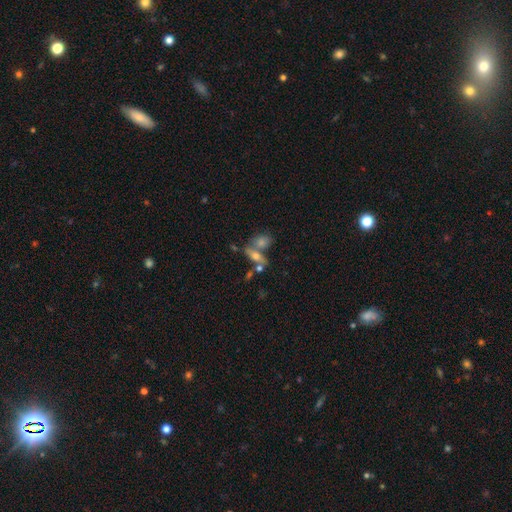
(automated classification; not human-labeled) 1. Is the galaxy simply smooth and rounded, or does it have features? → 54% smooth, 34% featured or disk, 12% star or artifact.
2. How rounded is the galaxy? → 66% in between, 21% cigar-shaped, 13% round.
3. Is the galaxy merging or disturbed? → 43% merger, 39% none, 11% minor disturbance, 7% major disturbance.